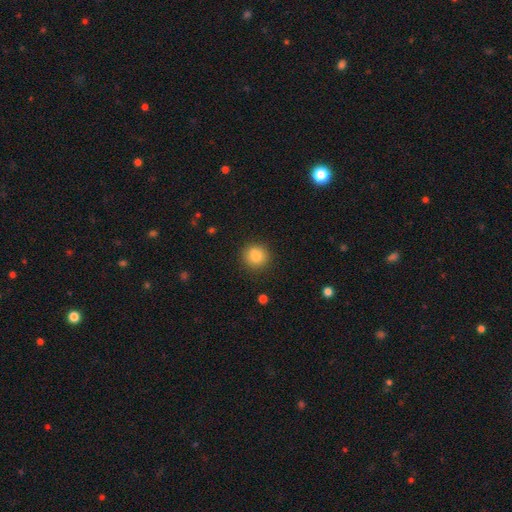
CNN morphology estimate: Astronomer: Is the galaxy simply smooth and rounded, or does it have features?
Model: smooth — 85%.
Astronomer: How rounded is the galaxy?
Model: round — 90%.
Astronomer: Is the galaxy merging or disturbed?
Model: none — 87%.